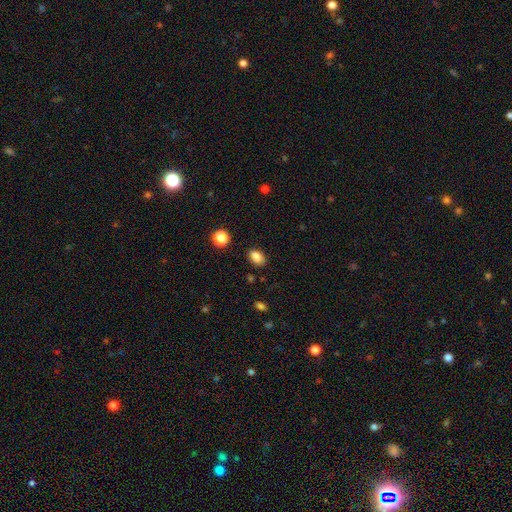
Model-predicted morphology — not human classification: This appears to be a smooth galaxy with no disk features (85%) that is in between round and cigar-shaped (82%). Merging: none (82%).